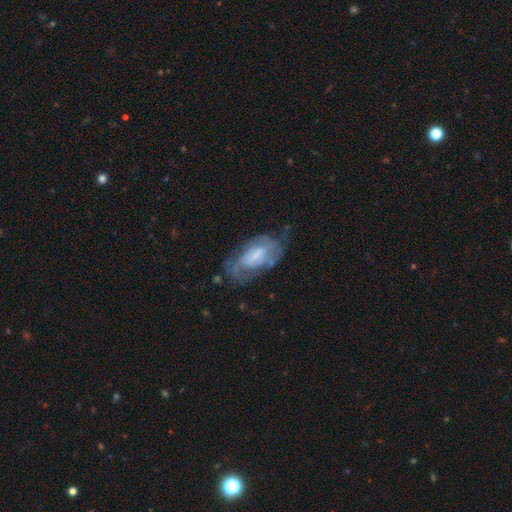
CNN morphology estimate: Overall: featured or disk (66%; smooth 27%). Edge-on disk: no (94%). Bar: no (46%; weak 42%). Spiral arms: yes (73%). Bulge size: small (38%; moderate 28%). Merging: none (52%; minor disturbance 26%).